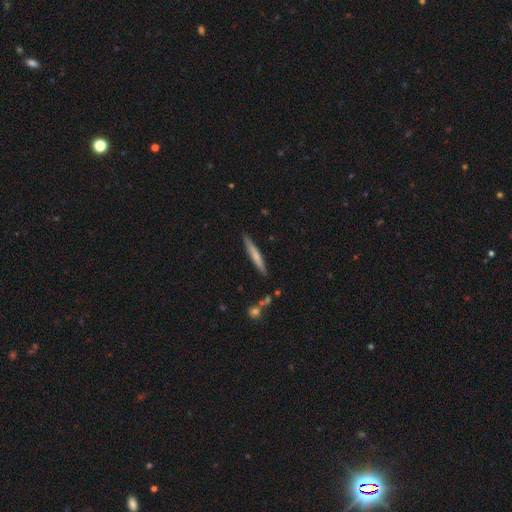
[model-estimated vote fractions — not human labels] This is likely a smooth galaxy (62%). How rounded: clearly cigar-shaped (95%). Merging: clearly none (87%).